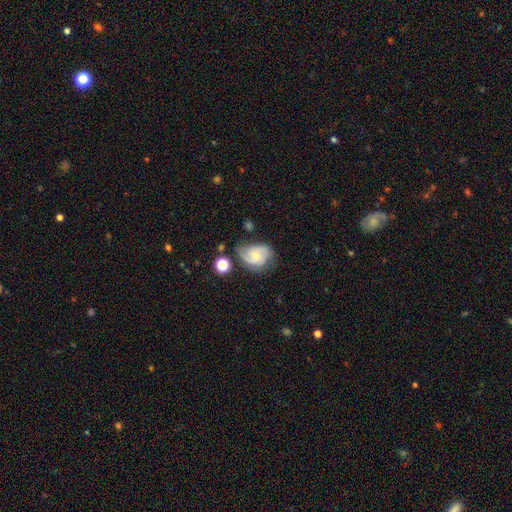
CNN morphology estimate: Smooth or featured: featured or disk — 71% (smooth — 22%)
Edge-on disk: no — 97% (yes — 3%)
Bar: no — 63% (weak — 31%)
Spiral arms: yes — 93% (no — 7%)
Spiral winding: medium — 45% (tight — 36%)
Spiral arm count: 2 — 63% (can't tell — 14%)
Bulge size: small — 51% (moderate — 43%)
Merging: none — 54% (minor disturbance — 28%)